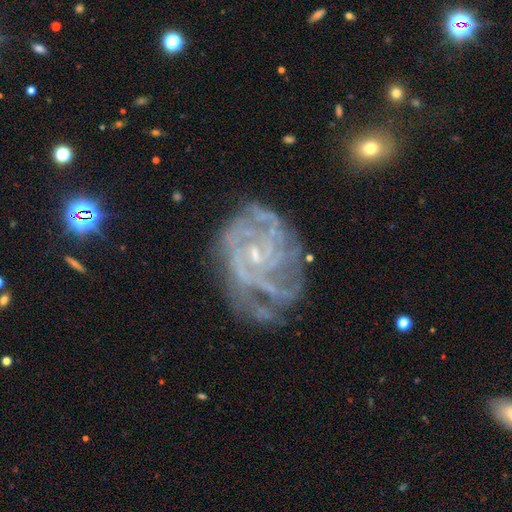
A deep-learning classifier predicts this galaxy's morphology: This appears to be a featured or disk galaxy (84%) with no bar (59%), tight (60%) spiral arms (91%) and a small central bulge (74%). Merging: none (49%).